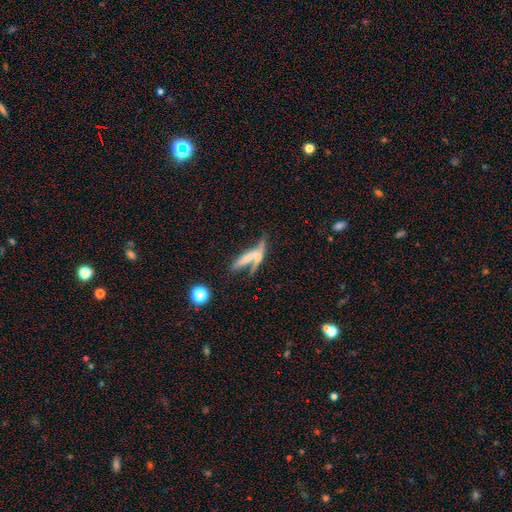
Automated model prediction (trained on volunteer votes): This appears to be a smooth galaxy with no disk features (45%). Merging: merger (44%).